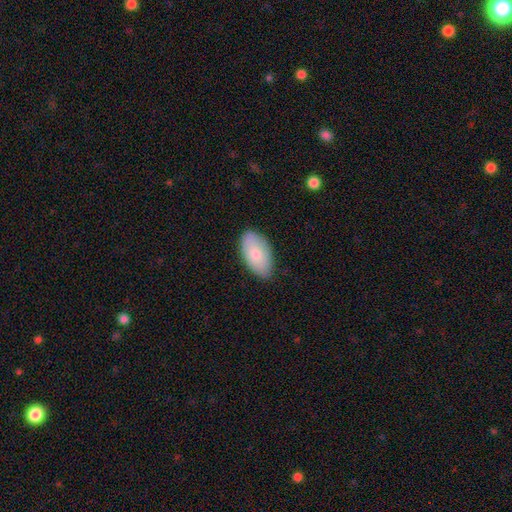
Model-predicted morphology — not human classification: This is clearly a smooth galaxy (80%). How rounded: clearly in between (95%). Merging: clearly none (81%).